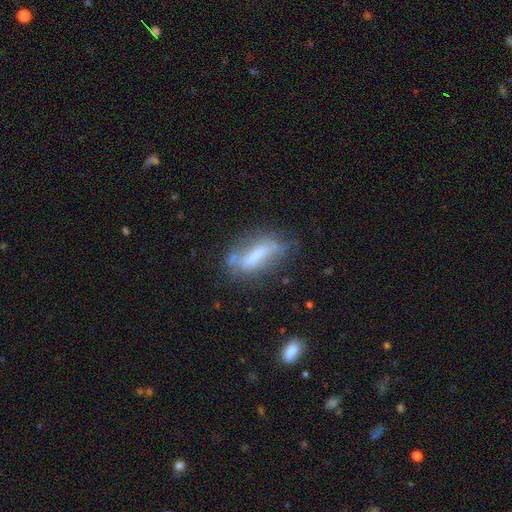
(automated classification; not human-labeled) This appears to be a smooth galaxy with no disk features (48%). Merging: none (50%).